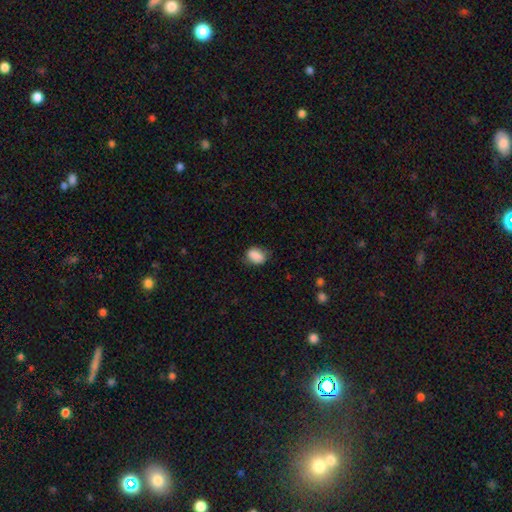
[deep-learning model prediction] Smooth or featured? smooth (87%)
How rounded? in between (75%)
Merging? none (72%)